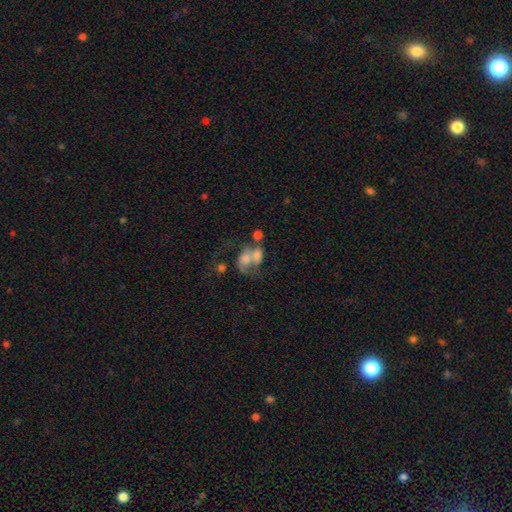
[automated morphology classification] smooth 48%, featured or disk 39%, star or artifact 13%. Down the decision tree: merging — merger (58%).